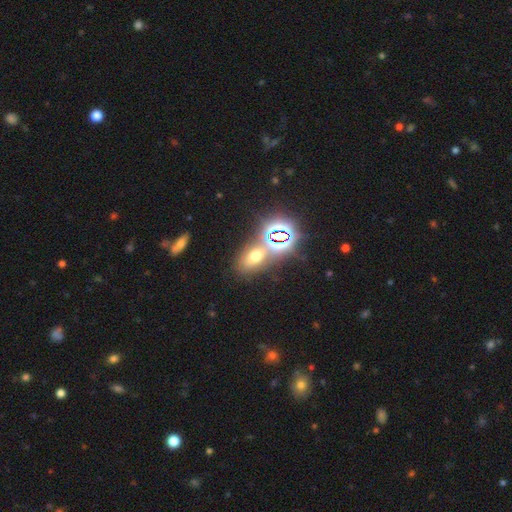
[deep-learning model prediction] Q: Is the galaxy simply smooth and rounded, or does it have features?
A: smooth — 45%.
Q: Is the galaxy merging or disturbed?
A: none — 60%.